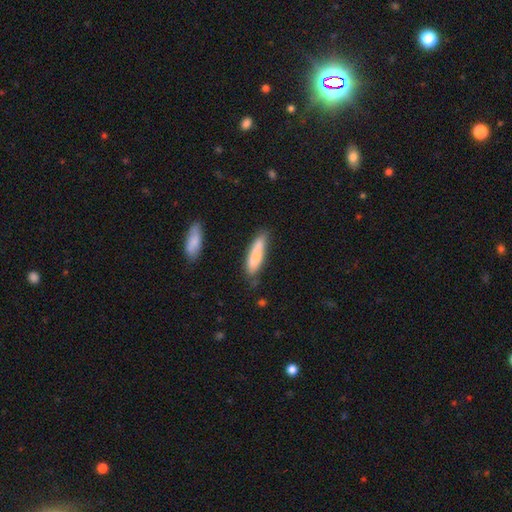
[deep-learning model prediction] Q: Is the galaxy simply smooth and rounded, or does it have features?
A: smooth — 79%.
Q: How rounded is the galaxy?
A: cigar-shaped — 70%.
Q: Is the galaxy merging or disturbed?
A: none — 64%.